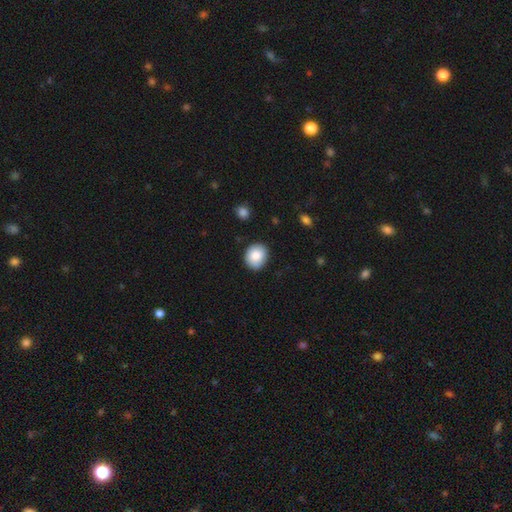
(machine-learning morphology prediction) A smooth galaxy with no disk features (85%) that is round (59%).

Vote fractions:
- Smooth or featured? smooth: 85% / featured or disk: 8% / star or artifact: 7%
- How rounded? round: 59% / in between: 40% / cigar-shaped: 1%
- Merging? none: 86% / minor disturbance: 11% / major disturbance: 2% / merger: 1%